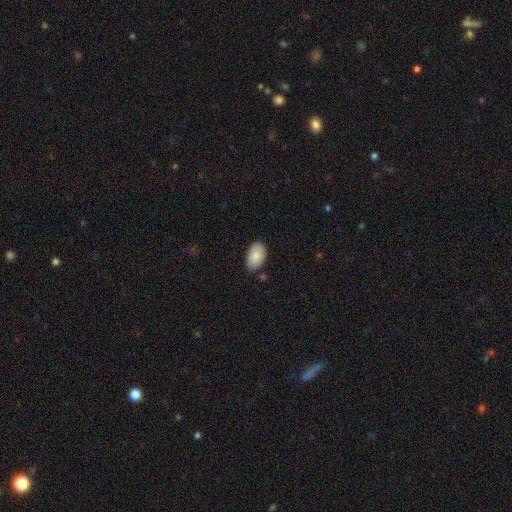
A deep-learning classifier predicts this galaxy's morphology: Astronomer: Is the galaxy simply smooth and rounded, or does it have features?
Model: smooth — 86%.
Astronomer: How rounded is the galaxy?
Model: in between — 94%.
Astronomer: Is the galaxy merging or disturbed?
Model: none — 75%.